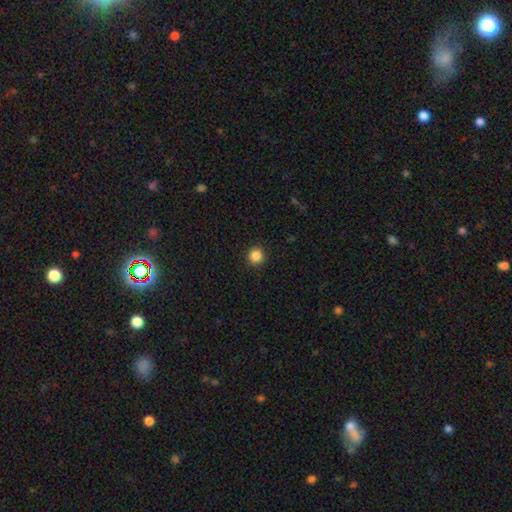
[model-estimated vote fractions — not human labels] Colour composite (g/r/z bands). It shows a smooth galaxy with no disk features (87%) that is round (93%). Merging: none (92%).